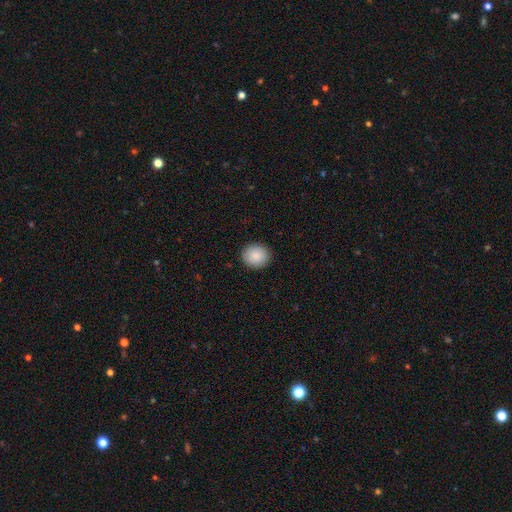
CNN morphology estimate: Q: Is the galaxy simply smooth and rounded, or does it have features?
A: smooth — 89%.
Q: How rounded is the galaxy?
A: round — 79%.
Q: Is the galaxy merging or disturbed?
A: none — 91%.